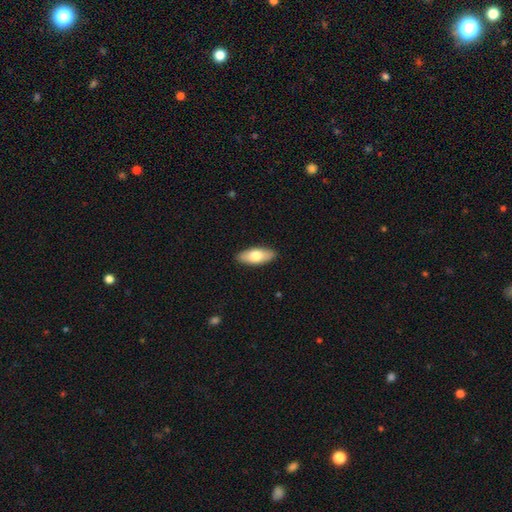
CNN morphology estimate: This appears to be a smooth galaxy with no disk features (73%) that is in between round and cigar-shaped (82%). Merging: none (90%).